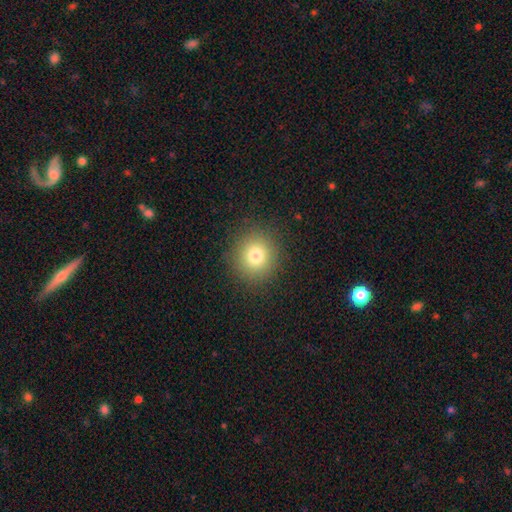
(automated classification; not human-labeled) This appears to be a smooth galaxy with no disk features (78%) that is round (91%). Merging: none (90%).